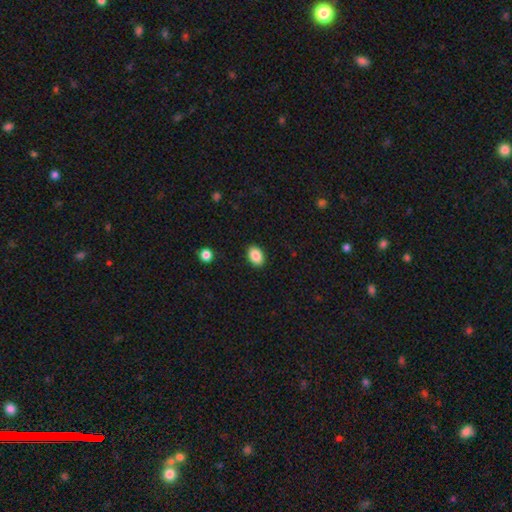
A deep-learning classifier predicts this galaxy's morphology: Q: Smooth or featured?
A: smooth (87%); runner-up: star or artifact (8%)
Q: How rounded?
A: in between (84%); runner-up: round (15%)
Q: Merging?
A: none (90%); runner-up: minor disturbance (7%)